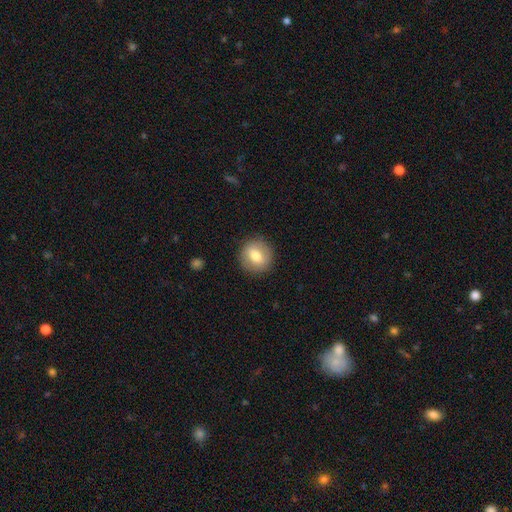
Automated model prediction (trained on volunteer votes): This appears to be a smooth galaxy with no disk features (70%) that is round (86%). Merging: none (88%).